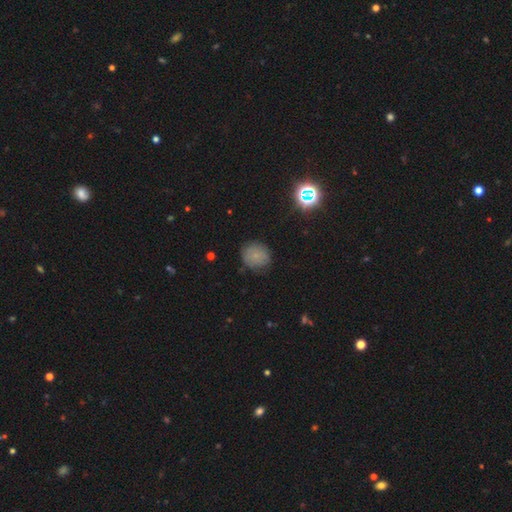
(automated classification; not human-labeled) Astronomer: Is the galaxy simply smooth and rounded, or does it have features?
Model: smooth — 73%.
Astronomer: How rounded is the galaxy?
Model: round — 83%.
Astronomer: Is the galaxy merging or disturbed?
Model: none — 78%.